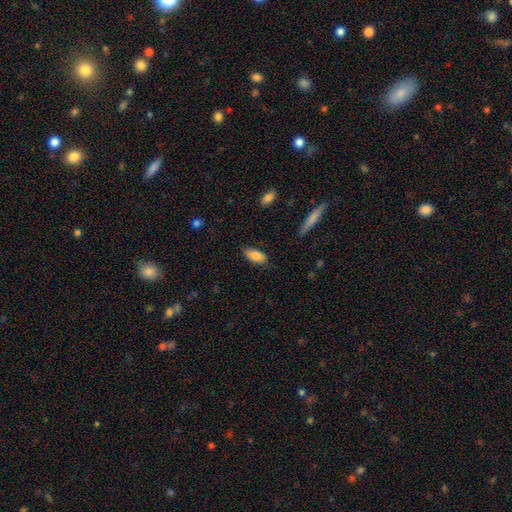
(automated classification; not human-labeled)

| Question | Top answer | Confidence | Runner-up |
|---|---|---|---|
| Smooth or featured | smooth | 85% | featured or disk (9%) |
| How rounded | in between | 87% | cigar-shaped (11%) |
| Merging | none | 84% | minor disturbance (12%) |